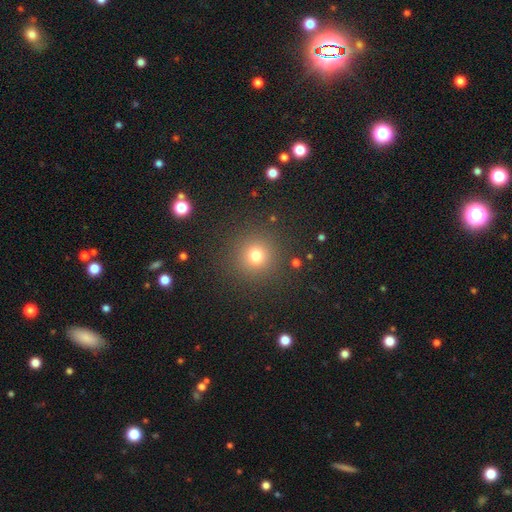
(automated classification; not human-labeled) Smooth or featured?
  - smooth: 74% *
  - star or artifact: 19%
  - featured or disk: 7%
How rounded?
  - round: 94% *
  - in between: 5%
  - cigar-shaped: 1%
Merging?
  - none: 89% *
  - minor disturbance: 6%
  - major disturbance: 3%
  - merger: 2%